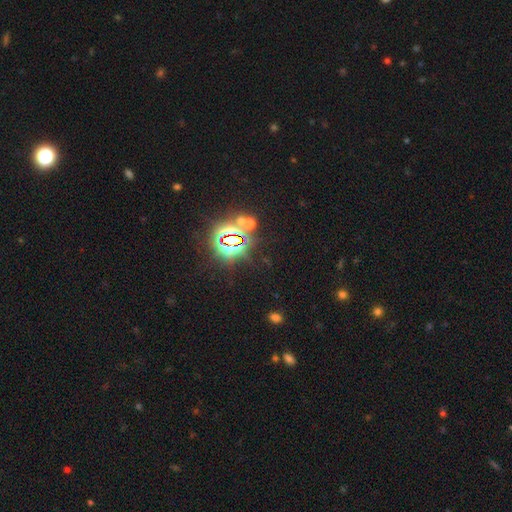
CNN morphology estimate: Smooth or featured: star or artifact — 80% (smooth — 12%)